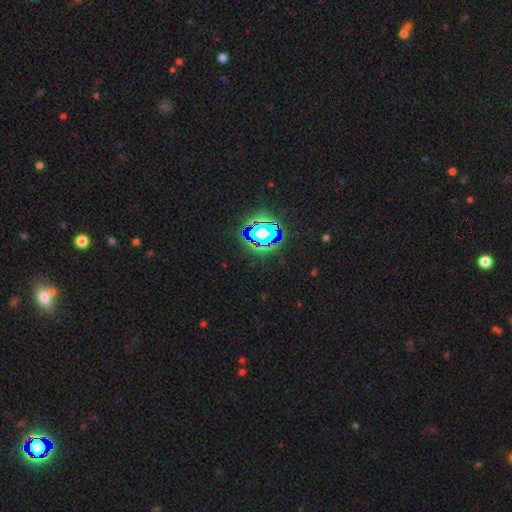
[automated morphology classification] A star or artifact, not a galaxy (82%).

Vote fractions:
- Smooth or featured? star or artifact: 82% / smooth: 11% / featured or disk: 7%